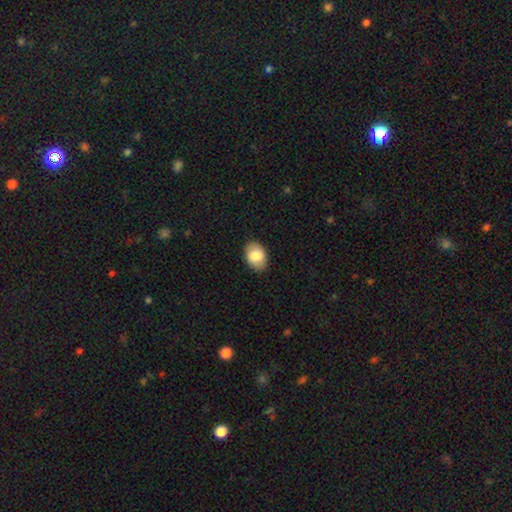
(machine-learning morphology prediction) Smooth or featured? smooth (81%)
How rounded? in between (82%)
Merging? none (87%)